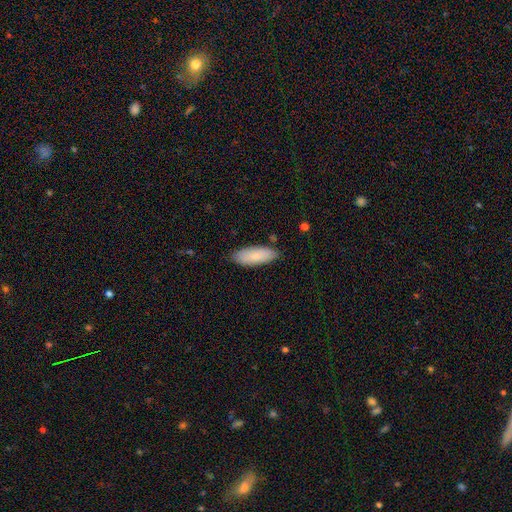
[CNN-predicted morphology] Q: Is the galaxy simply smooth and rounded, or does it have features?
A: smooth — 84%.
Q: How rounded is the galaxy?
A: in between — 74%.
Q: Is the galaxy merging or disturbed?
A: none — 83%.